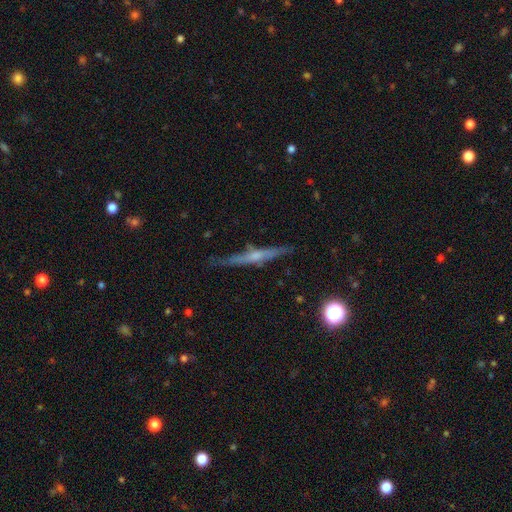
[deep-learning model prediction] smooth-or-featured: featured or disk: 65% | smooth: 27% | star or artifact: 8%
  disk-edge-on: yes: 95% | no: 5%
    edge-on-bulge: rounded: 60% | none: 30% | boxy: 10%
  merging: none: 78% | minor disturbance: 17% | major disturbance: 4% | merger: 2%